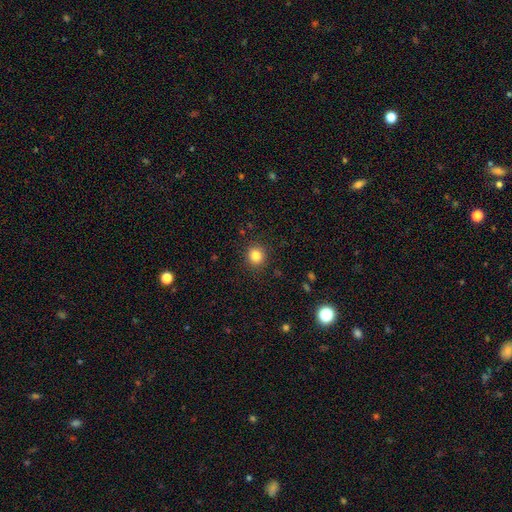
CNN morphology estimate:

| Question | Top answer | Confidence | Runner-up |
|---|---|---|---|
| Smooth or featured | smooth | 83% | star or artifact (11%) |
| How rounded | round | 87% | in between (12%) |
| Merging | none | 90% | minor disturbance (6%) |